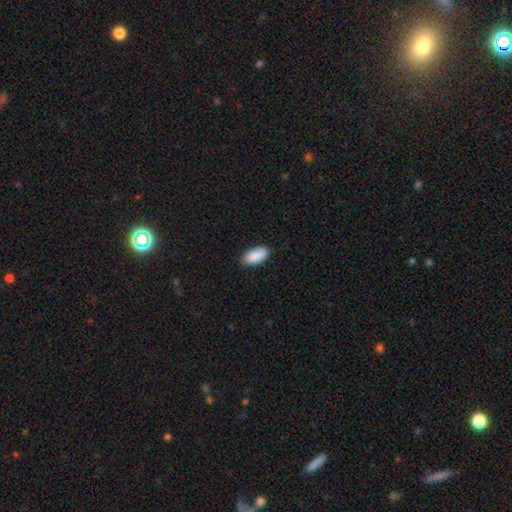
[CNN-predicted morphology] This is clearly a smooth galaxy (91%). How rounded: clearly in between (93%). Merging: clearly none (88%).